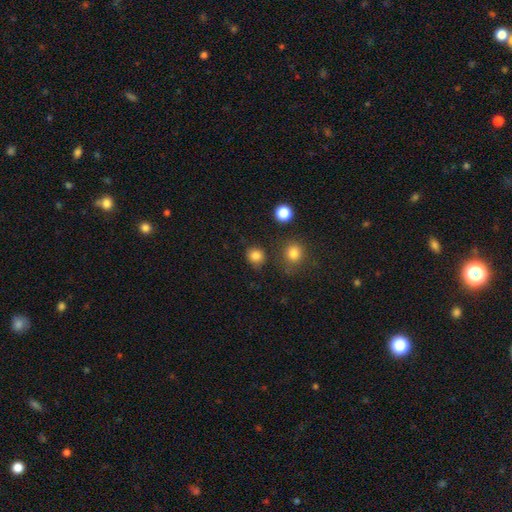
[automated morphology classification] The model was most divided on "how rounded": round: 82%, in between: 17%, cigar-shaped: 1%. More confident: smooth or featured — smooth (83%); merging — none (81%).